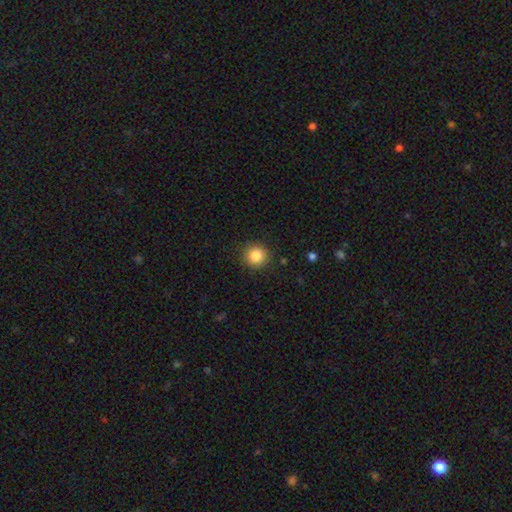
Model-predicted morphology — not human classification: smooth_or_featured: smooth (p=0.85) [alt: star or artifact p=0.10]
how_rounded: round (p=0.92) [alt: in between p=0.07]
merging: none (p=0.88) [alt: minor disturbance p=0.08]